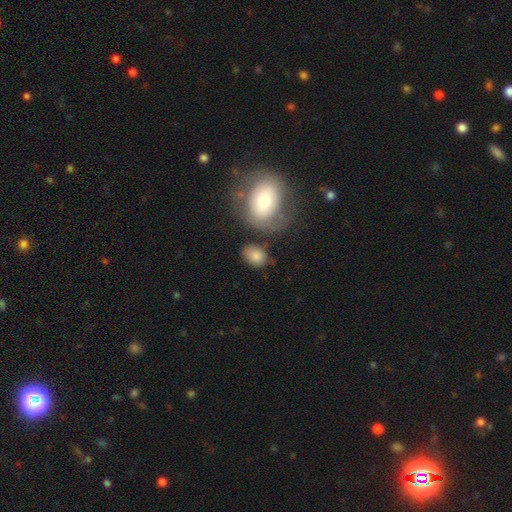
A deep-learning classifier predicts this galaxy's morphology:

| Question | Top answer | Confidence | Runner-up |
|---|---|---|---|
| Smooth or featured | smooth | 83% | featured or disk (9%) |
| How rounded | in between | 65% | round (33%) |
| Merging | none | 62% | minor disturbance (18%) |